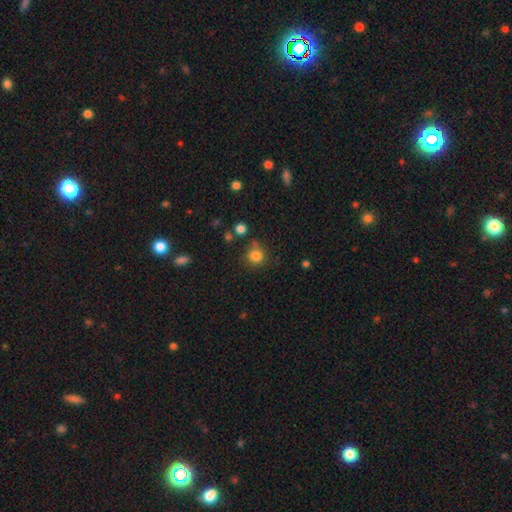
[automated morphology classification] smooth 82%, star or artifact 13%, featured or disk 5%. Down the decision tree: how rounded — round (88%); merging — none (69%).